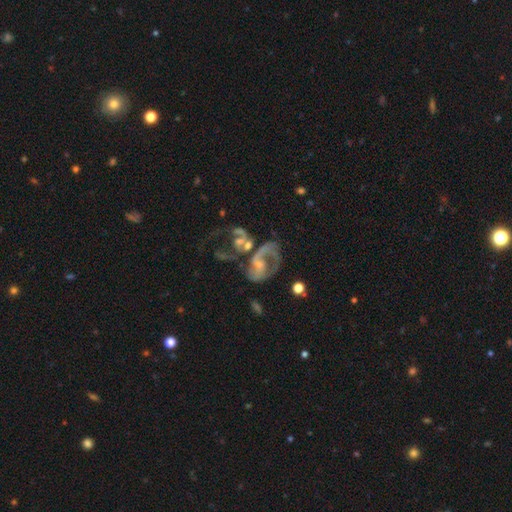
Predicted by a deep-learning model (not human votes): Smooth or featured: featured or disk — 63% (star or artifact — 22%)
Edge-on disk: no — 95% (yes — 5%)
Bar: no — 60% (weak — 27%)
Spiral arms: yes — 61% (no — 39%)
Bulge size: small — 43% (moderate — 32%)
Merging: merger — 39% (none — 30%)